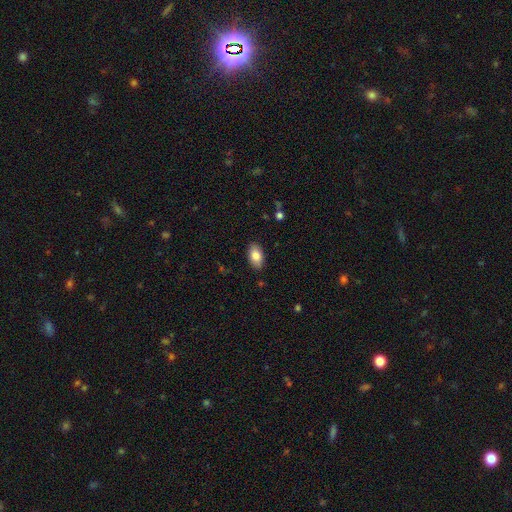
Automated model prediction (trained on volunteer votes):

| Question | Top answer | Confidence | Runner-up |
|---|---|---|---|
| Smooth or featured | smooth | 83% | featured or disk (10%) |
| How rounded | in between | 93% | round (4%) |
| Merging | none | 87% | minor disturbance (9%) |